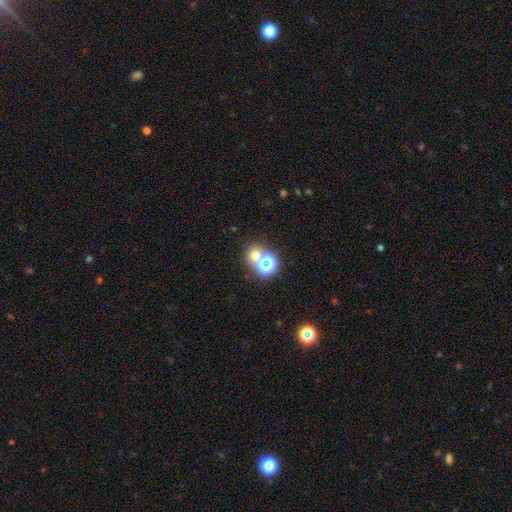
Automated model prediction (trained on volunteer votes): The model was most divided on "smooth or featured": smooth: 55%, star or artifact: 35%, featured or disk: 10%. More confident: how rounded — round (83%); merging — none (61%).